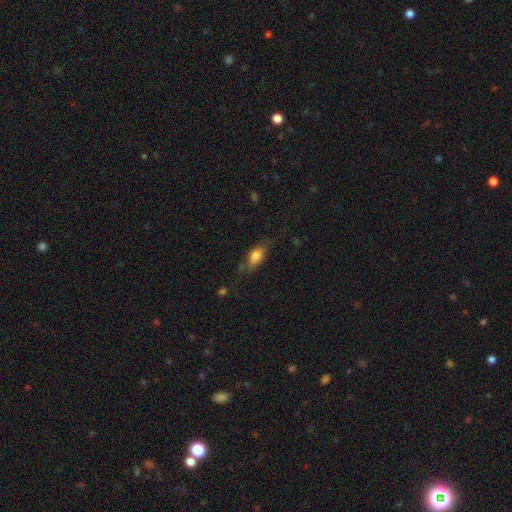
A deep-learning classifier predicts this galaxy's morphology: smooth_or_featured: smooth (p=0.73) [alt: featured or disk p=0.18]
how_rounded: in between (p=0.79) [alt: cigar-shaped p=0.16]
merging: none (p=0.59) [alt: minor disturbance p=0.26]